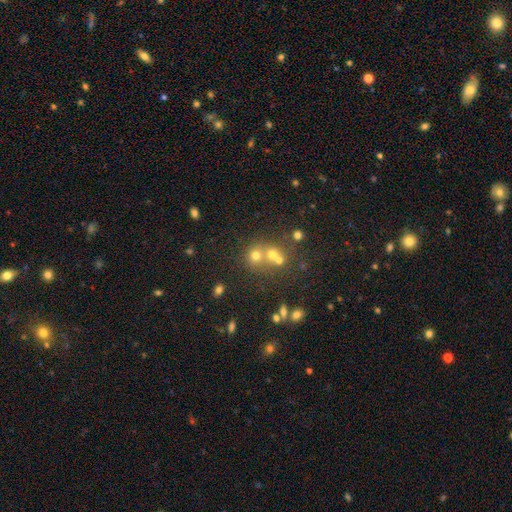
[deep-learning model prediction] smooth_or_featured: smooth (p=0.63) [alt: star or artifact p=0.21]
how_rounded: round (p=0.81) [alt: in between p=0.18]
merging: merger (p=0.44) [tied with: none p=0.44]